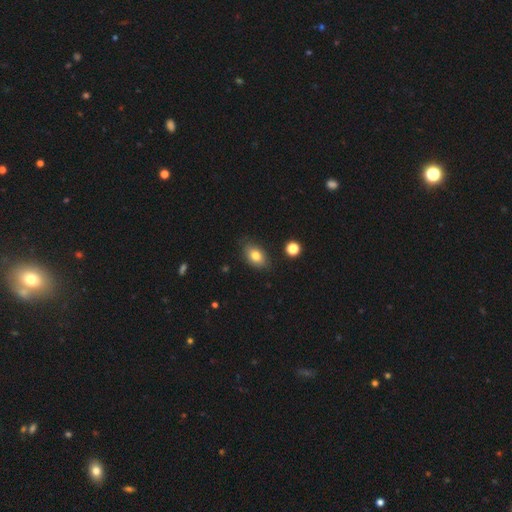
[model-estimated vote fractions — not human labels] Smooth or featured? Predicted: smooth (p=0.79). How rounded? Predicted: in between (p=0.85). Merging? Predicted: none (p=0.81).